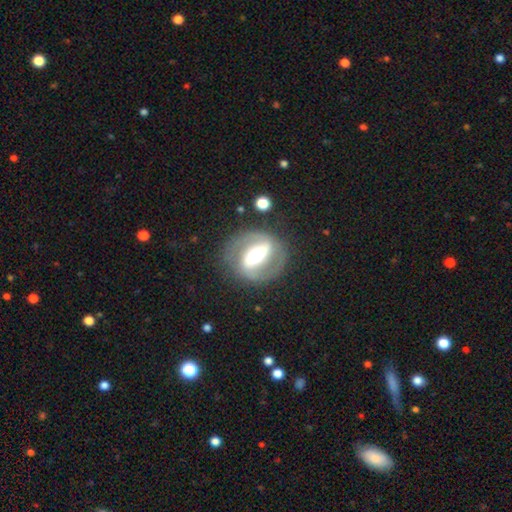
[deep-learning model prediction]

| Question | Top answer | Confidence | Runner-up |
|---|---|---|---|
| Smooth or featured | featured or disk | 81% | smooth (14%) |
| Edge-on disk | no | 93% | yes (7%) |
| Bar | strong | 71% | weak (20%) |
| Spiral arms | yes | 78% | no (22%) |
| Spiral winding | medium | 47% | tight (35%) |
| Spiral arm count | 2 | 88% | can't tell (6%) |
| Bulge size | moderate | 57% | large (22%) |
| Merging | none | 79% | minor disturbance (12%) |